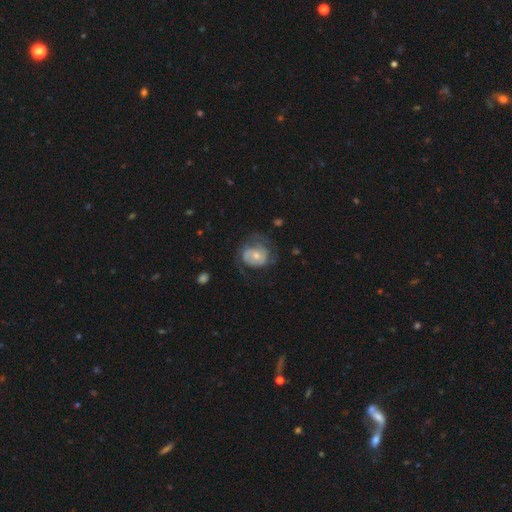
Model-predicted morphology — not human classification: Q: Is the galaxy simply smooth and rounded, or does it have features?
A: featured or disk — 58%.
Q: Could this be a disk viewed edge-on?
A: no — 97%.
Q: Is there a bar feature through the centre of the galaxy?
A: no — 76%.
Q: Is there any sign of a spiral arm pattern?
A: yes — 66%.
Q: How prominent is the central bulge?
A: moderate — 52%.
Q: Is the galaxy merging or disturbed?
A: none — 46%.